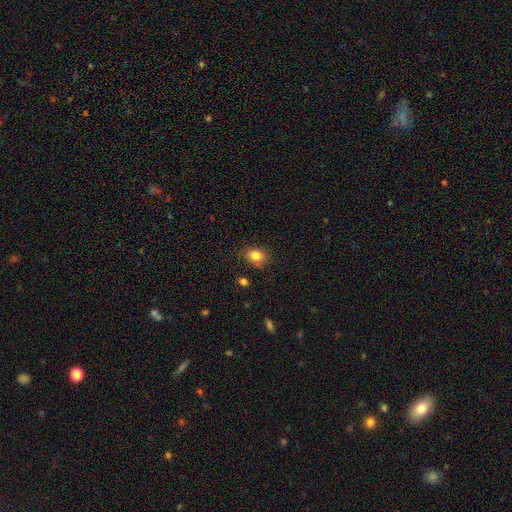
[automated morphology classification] type=smooth (83%); roundness=in between (50%); merging=none (76%).